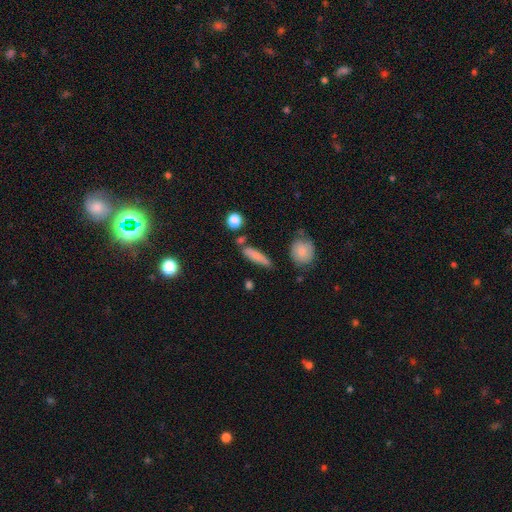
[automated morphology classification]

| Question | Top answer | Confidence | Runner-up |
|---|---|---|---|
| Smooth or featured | smooth | 78% | featured or disk (14%) |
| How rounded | cigar-shaped | 70% | in between (26%) |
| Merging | none | 72% | minor disturbance (16%) |